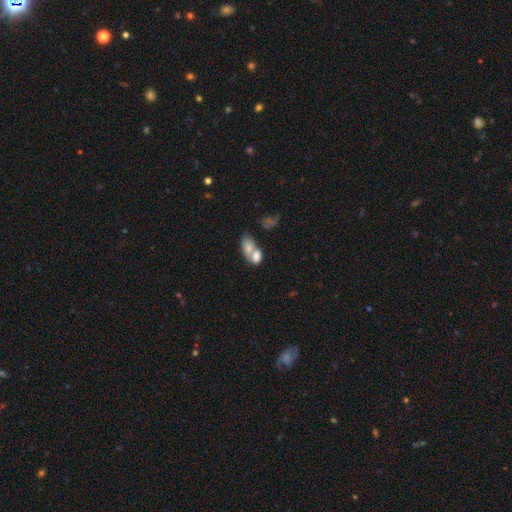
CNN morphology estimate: smooth-or-featured: smooth: 74% | featured or disk: 17% | star or artifact: 9%
  how-rounded: in between: 86% | round: 11% | cigar-shaped: 3%
  merging: merger: 67% | none: 19% | minor disturbance: 8% | major disturbance: 6%